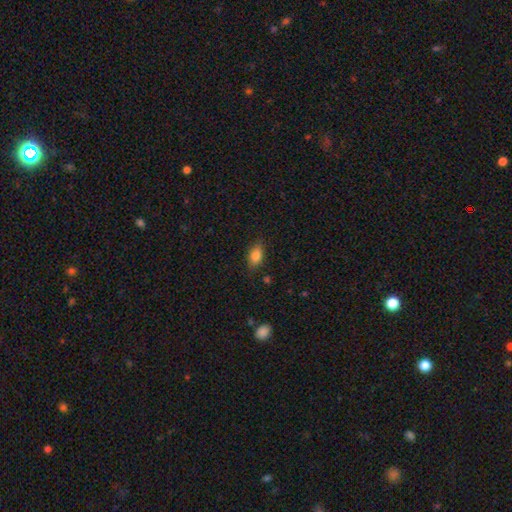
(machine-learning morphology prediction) A smooth galaxy with no disk features (82%) that is in between round and cigar-shaped (84%).

Vote fractions:
- Smooth or featured? smooth: 82% / star or artifact: 9% / featured or disk: 9%
- How rounded? in between: 84% / round: 11% / cigar-shaped: 4%
- Merging? none: 82% / minor disturbance: 14% / major disturbance: 3% / merger: 1%